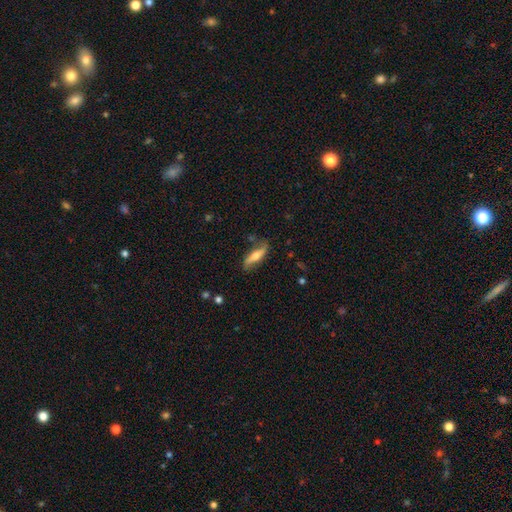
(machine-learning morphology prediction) featured or disk 58%, smooth 36%, star or artifact 6%. Down the decision tree: edge-on disk — yes (51%); merging — none (72%).